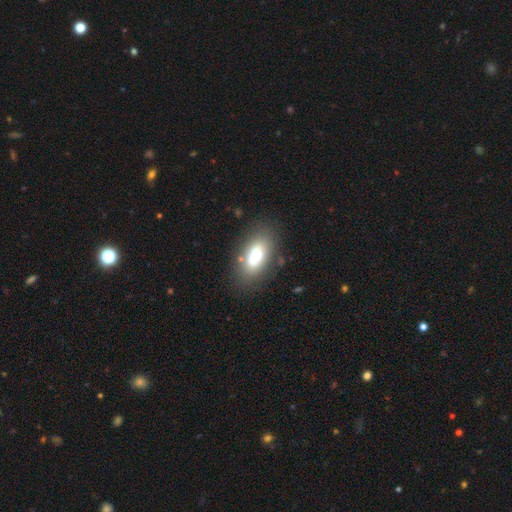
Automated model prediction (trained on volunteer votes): A smooth galaxy with no disk features (58%) that is in between round and cigar-shaped (88%). Merging: none (66%).